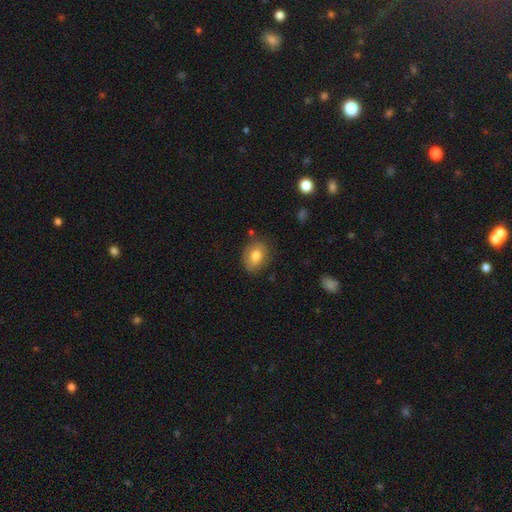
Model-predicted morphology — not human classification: A smooth galaxy with no disk features (75%) that is in between round and cigar-shaped (62%).

Vote fractions:
- Smooth or featured? smooth: 75% / featured or disk: 17% / star or artifact: 8%
- How rounded? in between: 62% / round: 37% / cigar-shaped: 1%
- Merging? none: 76% / minor disturbance: 18% / major disturbance: 4% / merger: 3%